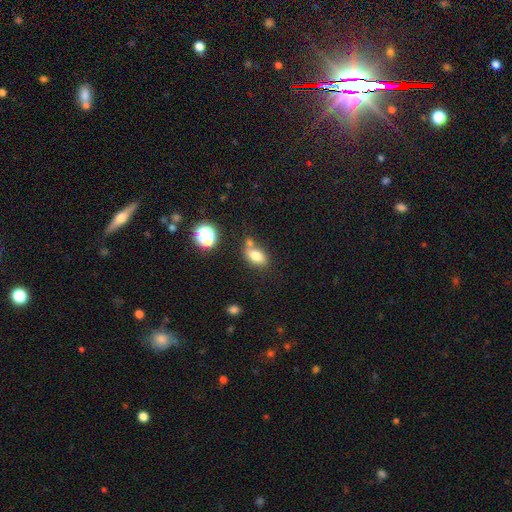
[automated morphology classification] Smooth or featured?
  - smooth: 77% *
  - star or artifact: 12%
  - featured or disk: 11%
How rounded?
  - in between: 83% *
  - round: 13%
  - cigar-shaped: 4%
Merging?
  - none: 55% *
  - merger: 24%
  - minor disturbance: 15%
  - major disturbance: 5%